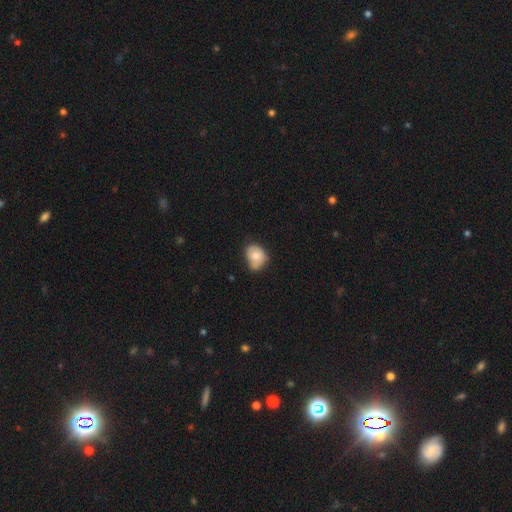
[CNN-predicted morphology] smooth-or-featured: smooth: 68% | featured or disk: 23% | star or artifact: 8%
  how-rounded: in between: 54% | round: 46% | cigar-shaped: 1%
  merging: minor disturbance: 43% | none: 42% | major disturbance: 11% | merger: 3%